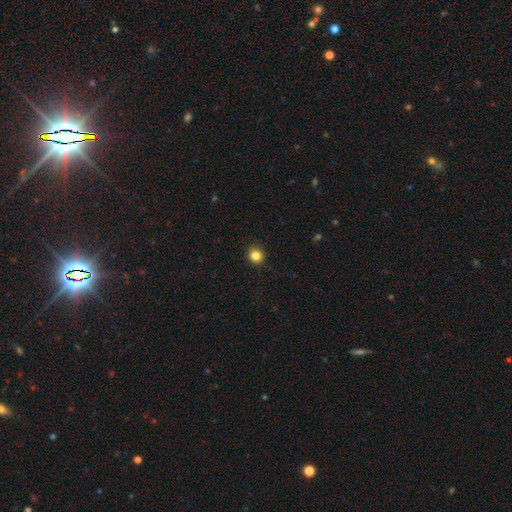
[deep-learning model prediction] The model was most divided on "smooth or featured": smooth: 84%, star or artifact: 12%, featured or disk: 4%. More confident: merging — none (91%); how rounded — round (90%).